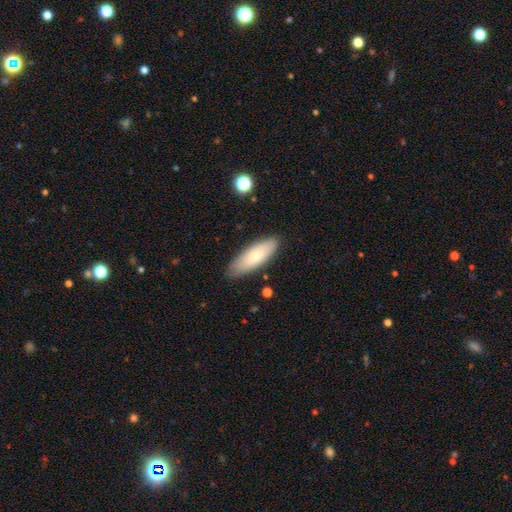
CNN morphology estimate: Overall: smooth (74%). How rounded: in between (66%; cigar-shaped 32%). Merging: none (83%).